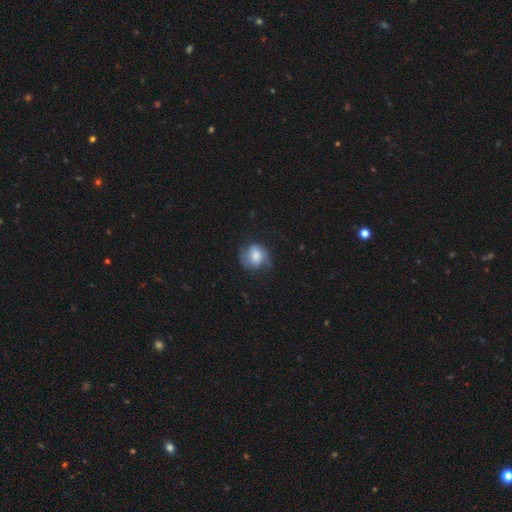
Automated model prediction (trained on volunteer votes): Smooth or featured?
  - featured or disk: 49% *
  - smooth: 43%
  - star or artifact: 8%
Merging?
  - none: 62% *
  - minor disturbance: 23%
  - major disturbance: 13%
  - merger: 1%